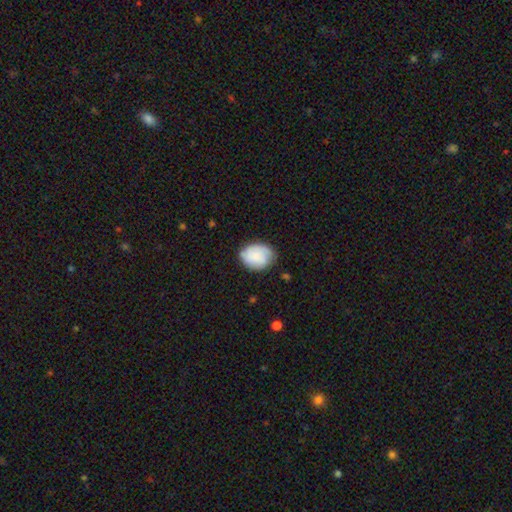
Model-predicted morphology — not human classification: smooth 77%, featured or disk 16%, star or artifact 7%. Down the decision tree: how rounded — in between (57%); merging — none (72%).